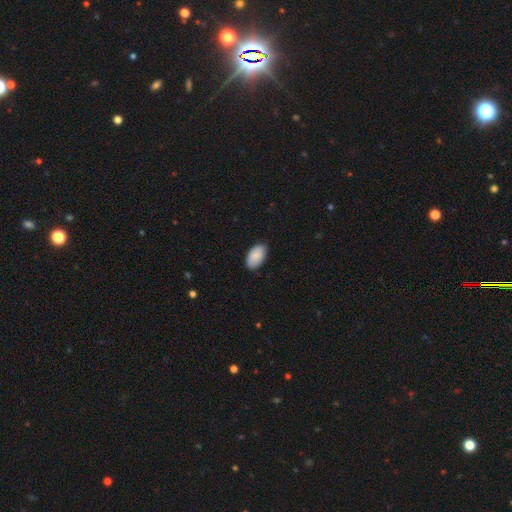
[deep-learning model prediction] Smooth or featured? smooth (89%)
How rounded? in between (95%)
Merging? none (85%)